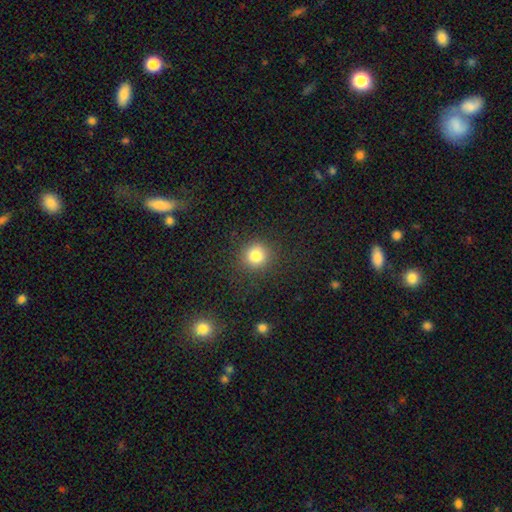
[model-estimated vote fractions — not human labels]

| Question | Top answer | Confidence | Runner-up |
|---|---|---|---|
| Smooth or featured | smooth | 81% | star or artifact (13%) |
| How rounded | round | 92% | in between (7%) |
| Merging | none | 89% | minor disturbance (7%) |